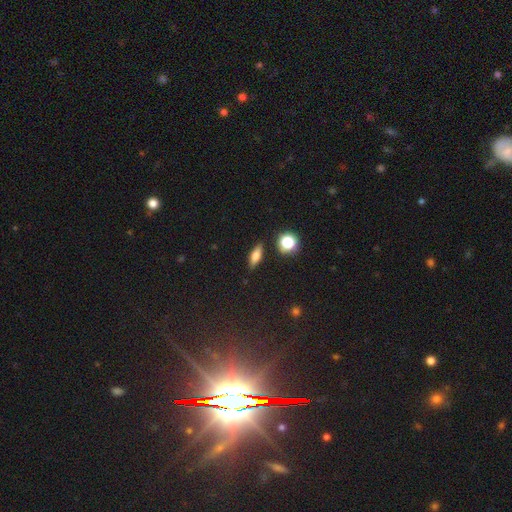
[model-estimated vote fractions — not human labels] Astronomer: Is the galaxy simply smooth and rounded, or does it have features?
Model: smooth — 60%.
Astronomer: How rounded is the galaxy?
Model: in between — 54% (runner-up: cigar-shaped, 34%).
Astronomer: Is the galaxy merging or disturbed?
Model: none — 85%.